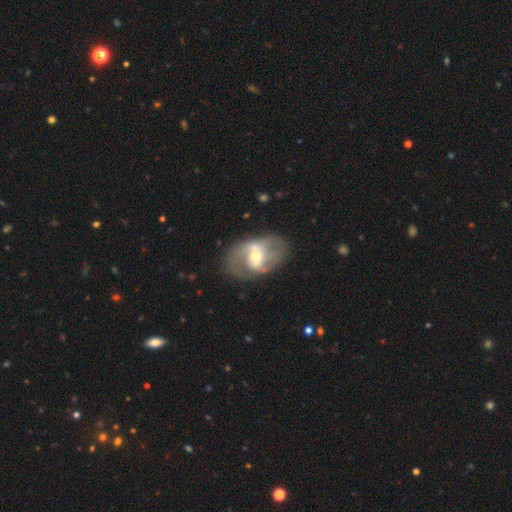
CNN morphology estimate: Overall: featured or disk (71%). Edge-on disk: no (95%). Bar: weak (38%; no 37%). Spiral arms: yes (67%; no 33%). Bulge size: moderate (53%; small 38%). Merging: none (65%).